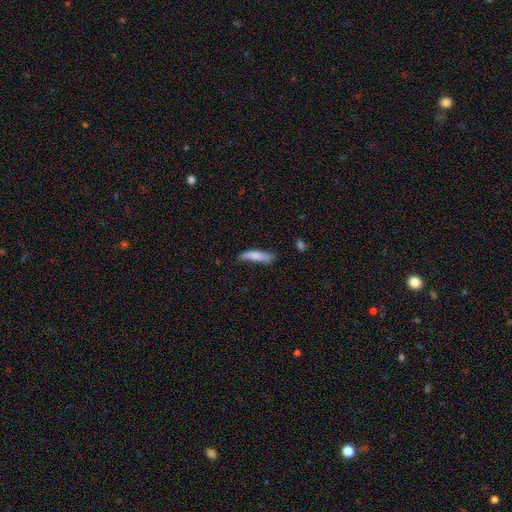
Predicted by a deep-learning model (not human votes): smooth-or-featured: smooth: 74% | featured or disk: 20% | star or artifact: 6%
  how-rounded: cigar-shaped: 73% | in between: 25% | round: 2%
  merging: none: 55% | minor disturbance: 32% | major disturbance: 9% | merger: 3%